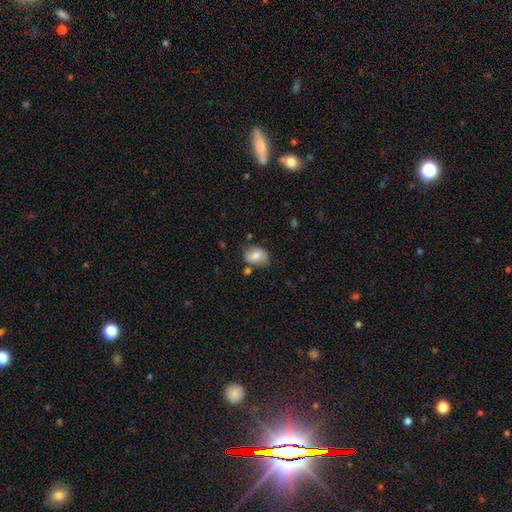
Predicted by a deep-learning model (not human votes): This is likely a smooth galaxy (77%). How rounded: likely in between (74%). Merging: likely none (66%).